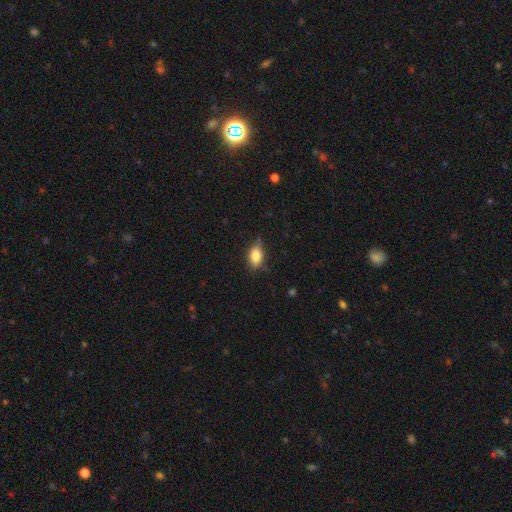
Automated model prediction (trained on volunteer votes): Smooth or featured?
  - smooth: 83% *
  - featured or disk: 9%
  - star or artifact: 8%
How rounded?
  - in between: 85% *
  - round: 11%
  - cigar-shaped: 4%
Merging?
  - none: 64% *
  - minor disturbance: 29%
  - major disturbance: 5%
  - merger: 2%